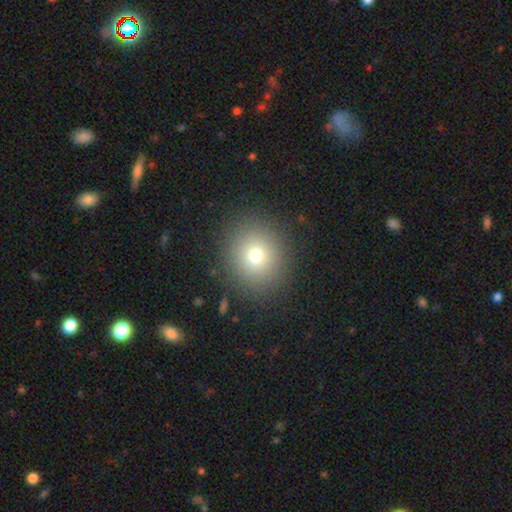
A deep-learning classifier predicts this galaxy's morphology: type=smooth (73%); roundness=round (85%); merging=none (88%).